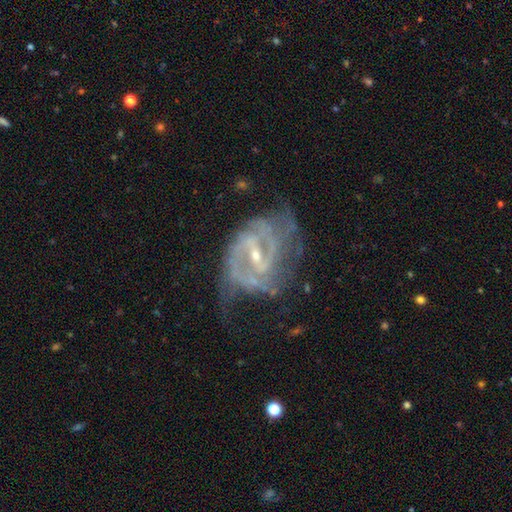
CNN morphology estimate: Smooth or featured? Predicted: featured or disk (p=0.89). Edge-on disk? Predicted: no (p=0.97). Bar? Predicted: weak (p=0.46). Spiral arms? Predicted: yes (p=0.94). Spiral winding? Predicted: medium (p=0.46). Spiral arm count? Predicted: 2 (p=0.55). Bulge size? Predicted: small (p=0.67). Merging? Predicted: none (p=0.47).